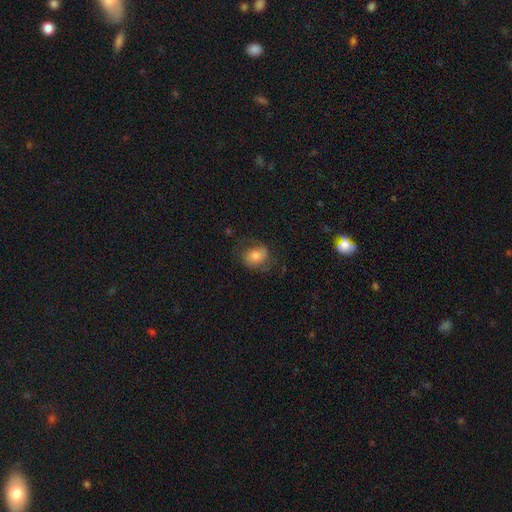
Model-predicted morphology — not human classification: smooth 54%, featured or disk 37%, star or artifact 9%. Down the decision tree: how rounded — round (50%); merging — none (60%).